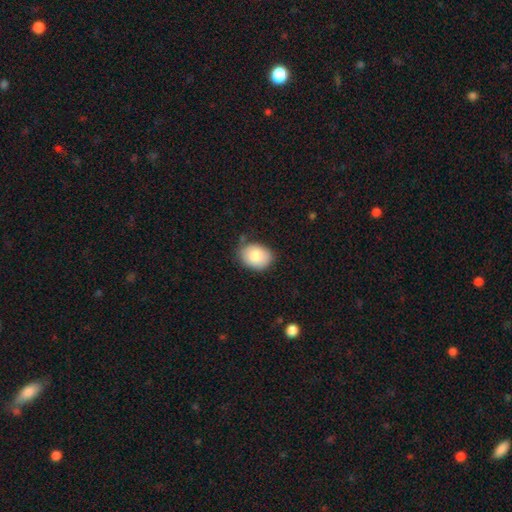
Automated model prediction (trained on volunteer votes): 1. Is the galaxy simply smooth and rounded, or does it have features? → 83% smooth, 10% featured or disk, 7% star or artifact.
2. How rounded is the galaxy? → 65% in between, 35% round, 1% cigar-shaped.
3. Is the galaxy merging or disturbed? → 74% none, 20% minor disturbance, 4% major disturbance, 2% merger.